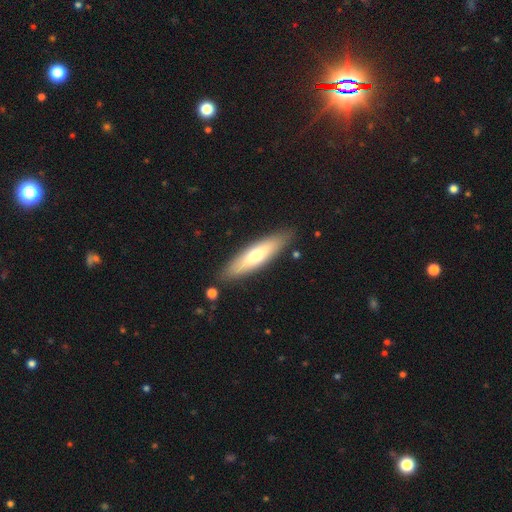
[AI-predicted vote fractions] Overall: smooth (57%; featured or disk 38%). How rounded: cigar-shaped (69%). Merging: none (86%).